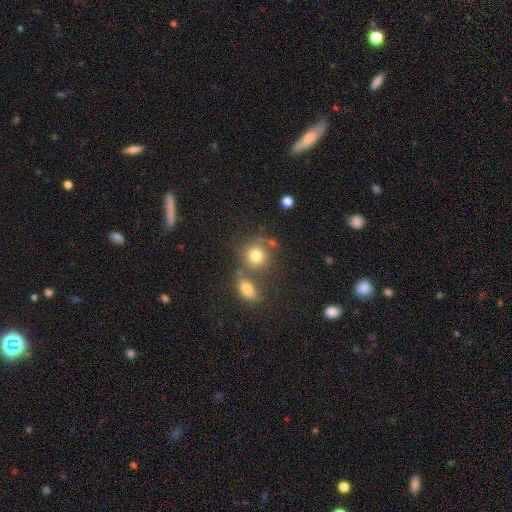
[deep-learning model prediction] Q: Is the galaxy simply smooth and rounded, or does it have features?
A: smooth — 78%.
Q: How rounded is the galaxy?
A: round — 82%.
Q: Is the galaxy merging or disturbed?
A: none — 57%.